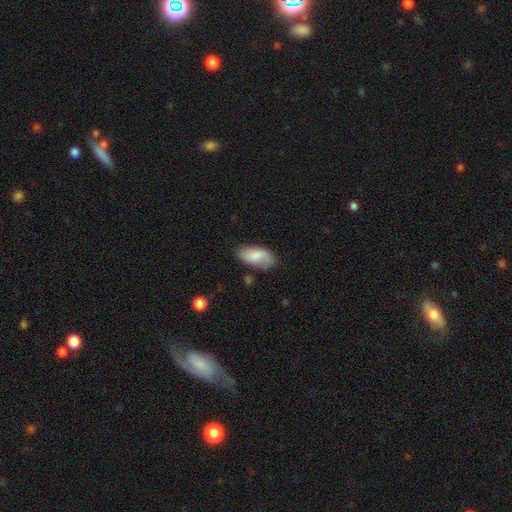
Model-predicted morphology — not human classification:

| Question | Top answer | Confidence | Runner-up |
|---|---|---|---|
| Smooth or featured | smooth | 76% | featured or disk (18%) |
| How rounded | in between | 93% | cigar-shaped (5%) |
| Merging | none | 72% | minor disturbance (21%) |